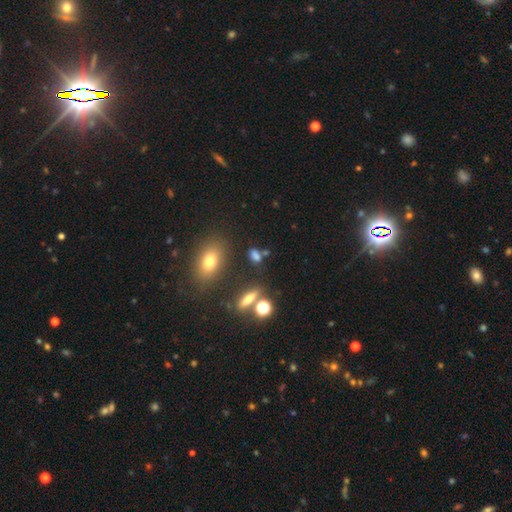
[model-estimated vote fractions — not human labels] Morphology: type=smooth (69%); roundness=in between (66%); merging=none (62%).